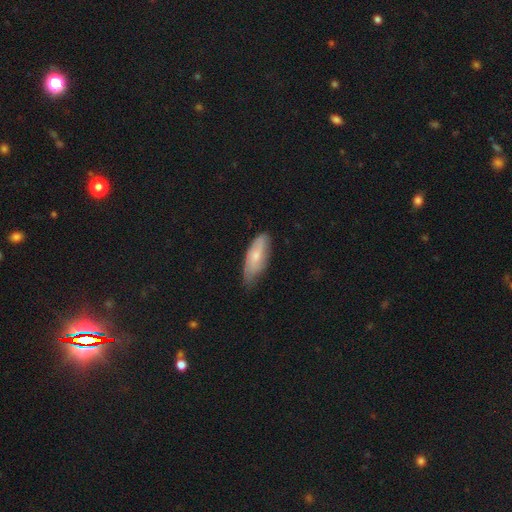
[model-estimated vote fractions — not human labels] This appears to be a smooth galaxy with no disk features (60%) that is in between round and cigar-shaped (72%). Merging: none (57%).